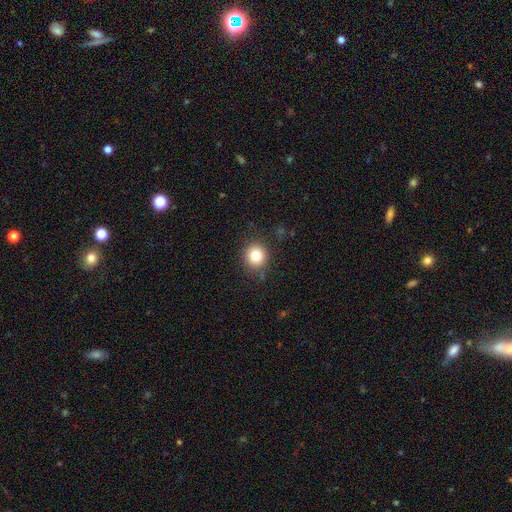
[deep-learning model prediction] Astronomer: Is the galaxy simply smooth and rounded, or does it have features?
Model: smooth — 80%.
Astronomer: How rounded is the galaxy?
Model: round — 90%.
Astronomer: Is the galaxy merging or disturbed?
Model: none — 88%.